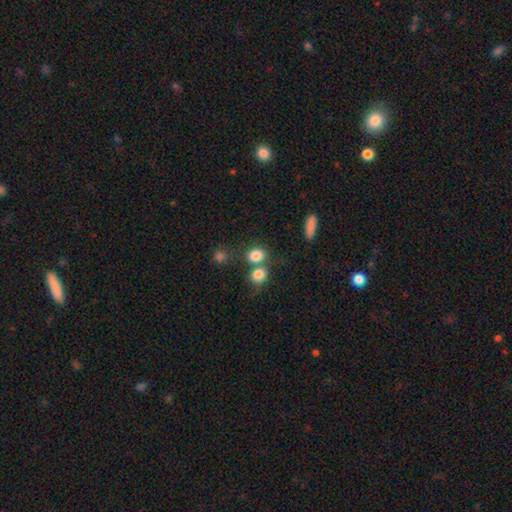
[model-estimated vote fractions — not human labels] Q: Smooth or featured?
A: smooth (82%); runner-up: star or artifact (11%)
Q: How rounded?
A: in between (54%); runner-up: round (45%)
Q: Merging?
A: none (48%); runner-up: merger (36%)